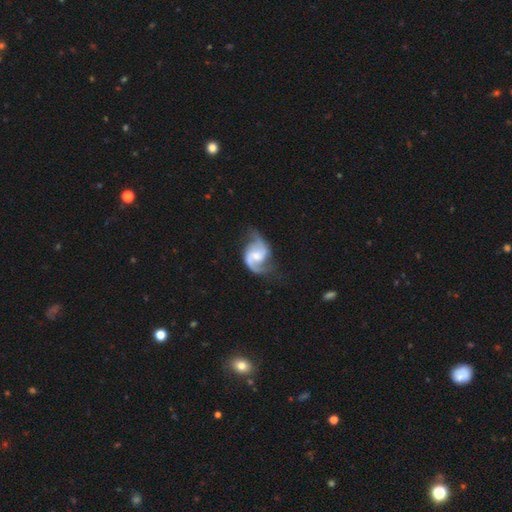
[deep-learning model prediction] Smooth or featured? Predicted: featured or disk (p=0.89). Edge-on disk? Predicted: no (p=0.98). Bar? Predicted: weak (p=0.47). Spiral arms? Predicted: yes (p=0.97). Spiral winding? Predicted: medium (p=0.49). Spiral arm count? Predicted: 2 (p=0.91). Bulge size? Predicted: moderate (p=0.43). Merging? Predicted: none (p=0.62).